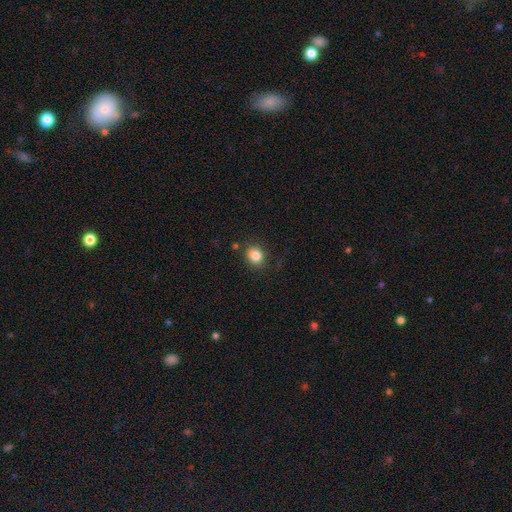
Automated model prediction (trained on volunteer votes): smooth-or-featured: smooth: 83% | star or artifact: 11% | featured or disk: 6%
  how-rounded: round: 73% | in between: 26% | cigar-shaped: 1%
  merging: none: 84% | minor disturbance: 10% | major disturbance: 3% | merger: 3%